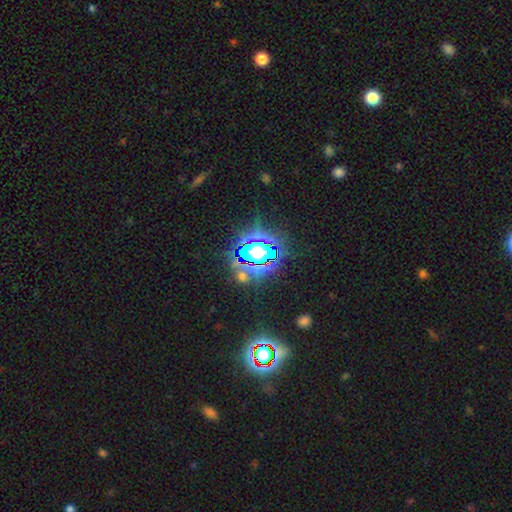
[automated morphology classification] star or artifact 71%, smooth 18%, featured or disk 11%.